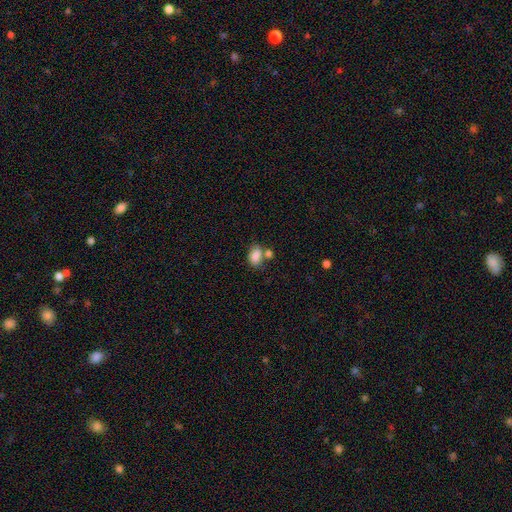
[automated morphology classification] Q: Smooth or featured?
A: smooth (84%); runner-up: star or artifact (9%)
Q: How rounded?
A: in between (84%); runner-up: round (15%)
Q: Merging?
A: none (47%); runner-up: merger (32%)